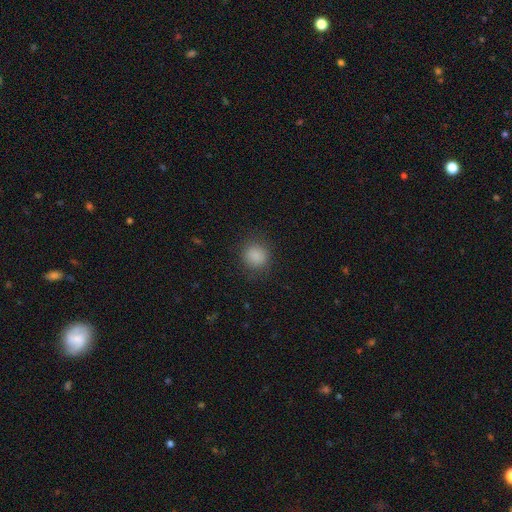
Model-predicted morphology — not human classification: smooth-or-featured: smooth: 86% | star or artifact: 10% | featured or disk: 4%
  how-rounded: round: 86% | in between: 13% | cigar-shaped: 1%
  merging: none: 85% | minor disturbance: 10% | major disturbance: 4% | merger: 1%